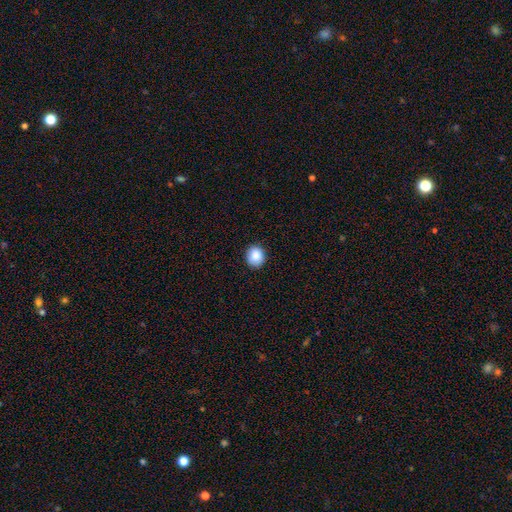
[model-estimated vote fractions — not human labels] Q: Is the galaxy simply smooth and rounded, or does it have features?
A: smooth — 88%.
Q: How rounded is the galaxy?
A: round — 77%.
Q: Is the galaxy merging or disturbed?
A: none — 89%.